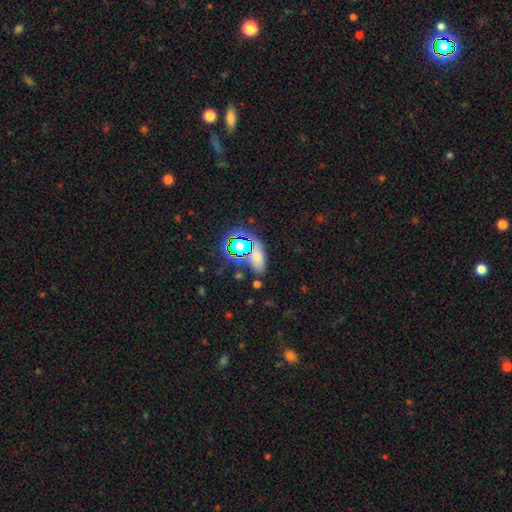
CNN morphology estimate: A smooth galaxy with no disk features (57%) that is in between round and cigar-shaped (81%). Merging: none (67%).